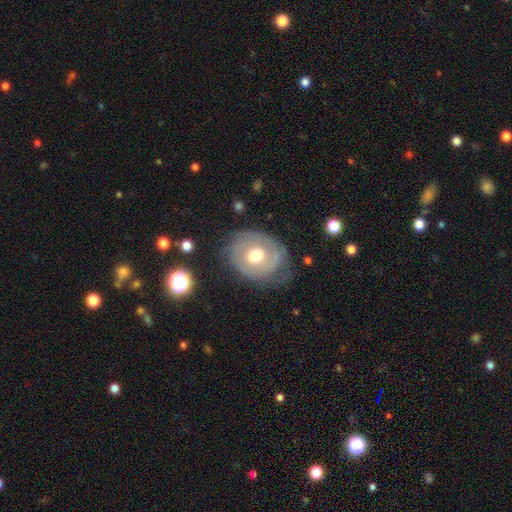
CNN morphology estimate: The model was most divided on "spiral arms": no: 51%, yes: 49%. More confident: edge-on disk — no (95%); bar — no (78%); bulge size — moderate (75%); merging — none (58%); smooth or featured — featured or disk (55%).